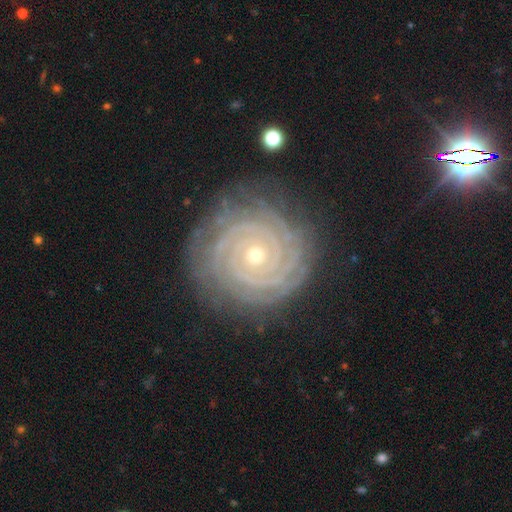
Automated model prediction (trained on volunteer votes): Morphology: type=featured or disk (92%); edge-on=no (98%); bar=no (78%); spiral arms=yes (99%); winding=tight (92%); arm count=2 (28%); bulge=small (63%); merging=none (83%).